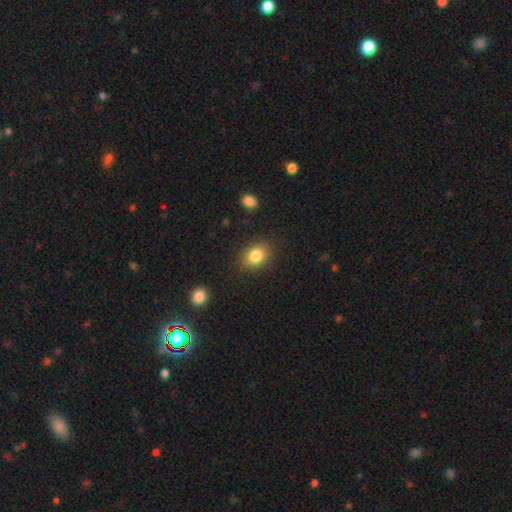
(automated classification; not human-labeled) smooth_or_featured: smooth (p=0.84) [alt: star or artifact p=0.09]
how_rounded: in between (p=0.65) [alt: round p=0.34]
merging: none (p=0.85) [alt: minor disturbance p=0.10]